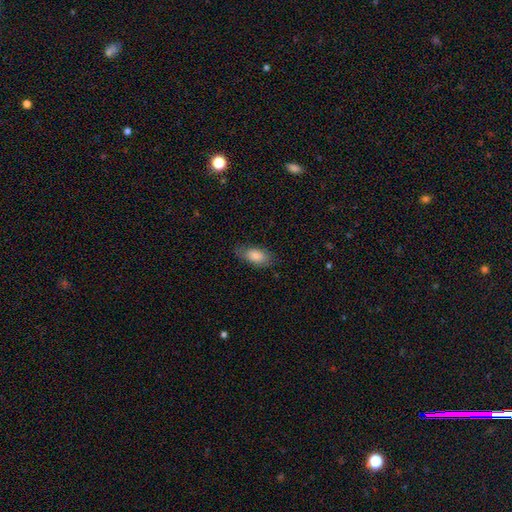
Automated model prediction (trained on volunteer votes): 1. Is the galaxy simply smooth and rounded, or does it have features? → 83% smooth, 10% featured or disk, 6% star or artifact.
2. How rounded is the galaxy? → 90% in between, 7% cigar-shaped, 4% round.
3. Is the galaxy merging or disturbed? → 73% none, 20% minor disturbance, 5% major disturbance, 1% merger.